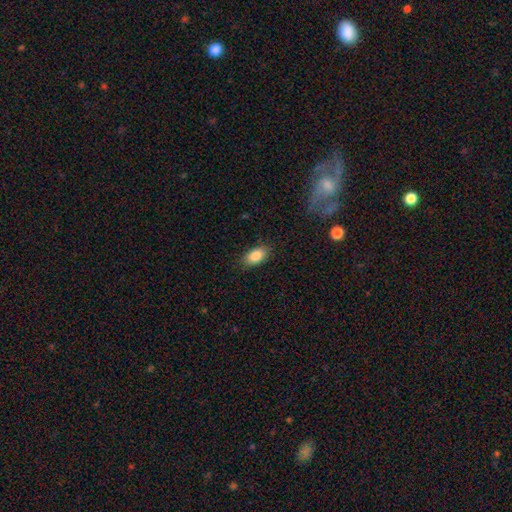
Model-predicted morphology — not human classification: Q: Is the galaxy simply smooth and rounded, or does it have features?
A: smooth — 85%.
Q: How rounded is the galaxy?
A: in between — 91%.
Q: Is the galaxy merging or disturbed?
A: none — 85%.